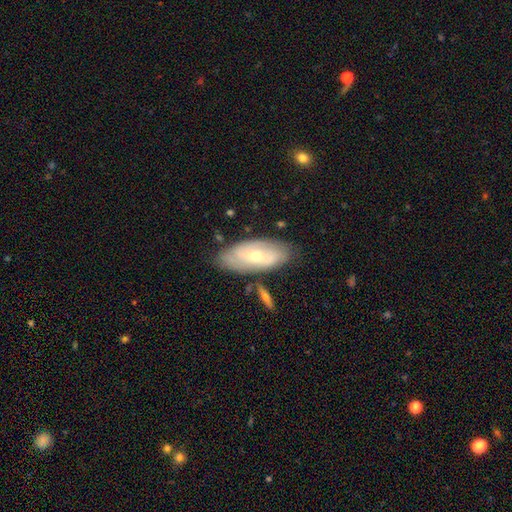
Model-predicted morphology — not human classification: smooth-or-featured: featured or disk: 60% | smooth: 34% | star or artifact: 6%
  disk-edge-on: no: 87% | yes: 13%
    bar: no: 51% | weak: 34% | strong: 15%
    has-spiral-arms: yes: 66% | no: 34%
    bulge-size: moderate: 51% | small: 46% | large: 2% | none: 1% | dominant: 1%
  merging: none: 74% | minor disturbance: 17% | merger: 5% | major disturbance: 4%